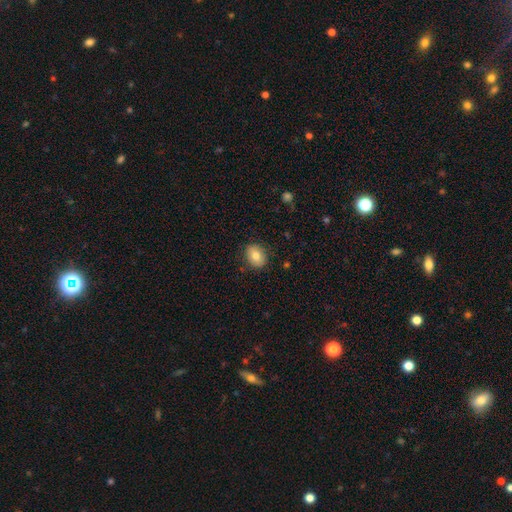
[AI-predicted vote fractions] This appears to be a smooth galaxy with no disk features (80%) that is in between round and cigar-shaped (53%). Merging: none (86%).